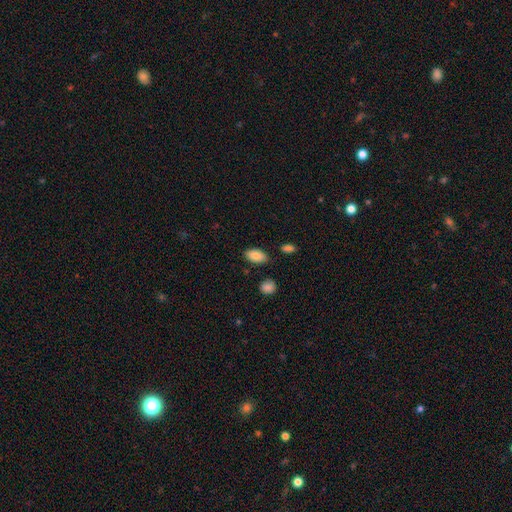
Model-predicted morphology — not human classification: smooth-or-featured: smooth: 85% | star or artifact: 7% | featured or disk: 7%
  how-rounded: in between: 93% | round: 4% | cigar-shaped: 3%
  merging: none: 82% | minor disturbance: 12% | merger: 4% | major disturbance: 3%